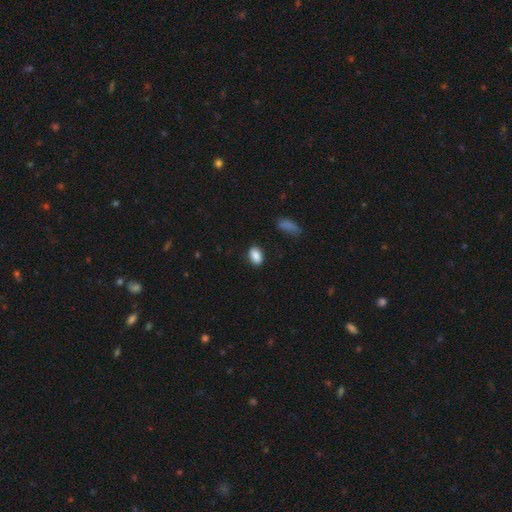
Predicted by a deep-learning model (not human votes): The model was most divided on "merging": none: 84%, minor disturbance: 11%, major disturbance: 3%, merger: 2%. More confident: how rounded — in between (88%); smooth or featured — smooth (88%).